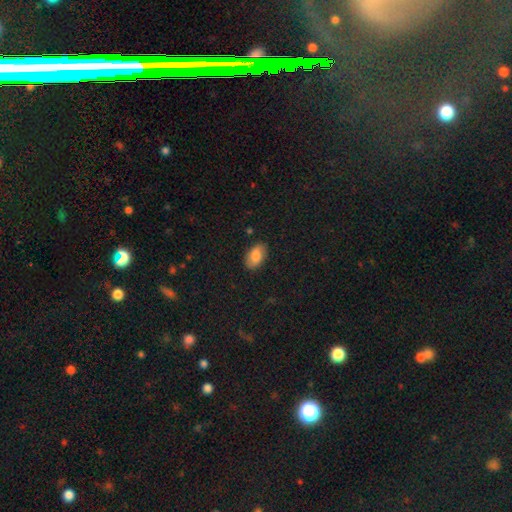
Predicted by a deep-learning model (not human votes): Smooth or featured? smooth (77%)
How rounded? in between (92%)
Merging? none (84%)